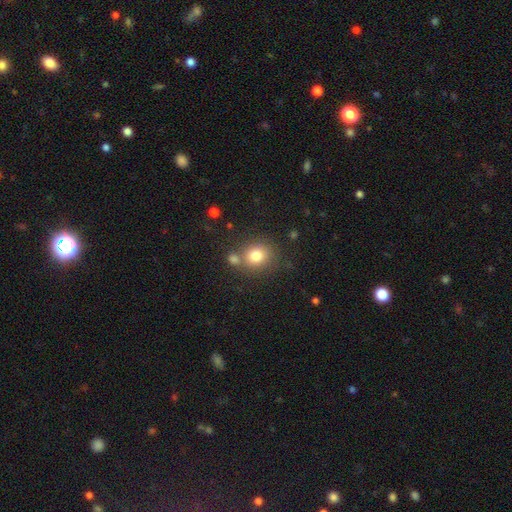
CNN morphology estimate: Smooth or featured? Predicted: smooth (p=0.78). How rounded? Predicted: round (p=0.80). Merging? Predicted: none (p=0.66).